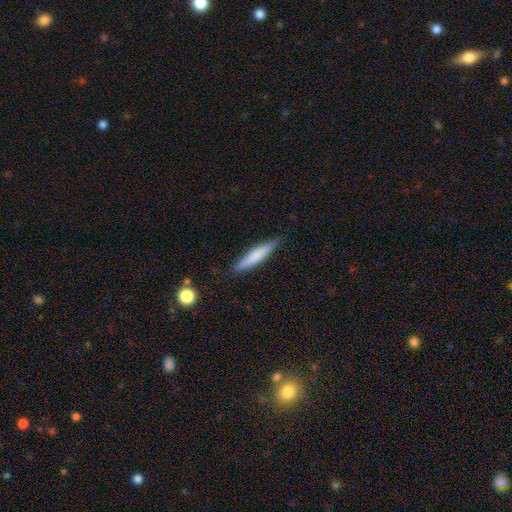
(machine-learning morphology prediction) This is likely a smooth galaxy (67%). How rounded: clearly cigar-shaped (91%). Merging: clearly none (86%).